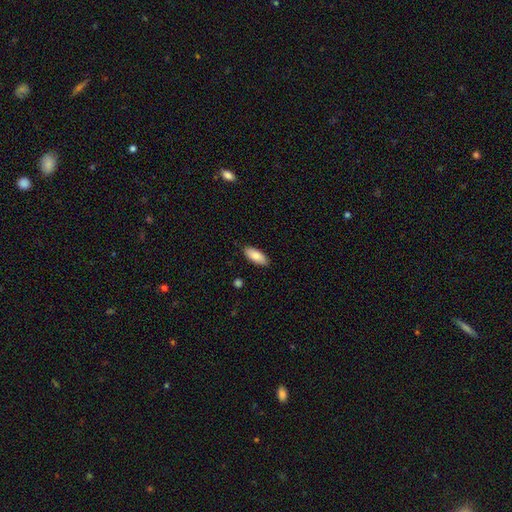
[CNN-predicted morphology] Smooth or featured?
  - smooth: 86% *
  - featured or disk: 8%
  - star or artifact: 6%
How rounded?
  - in between: 83% *
  - cigar-shaped: 16%
  - round: 2%
Merging?
  - none: 88% *
  - minor disturbance: 9%
  - major disturbance: 2%
  - merger: 1%